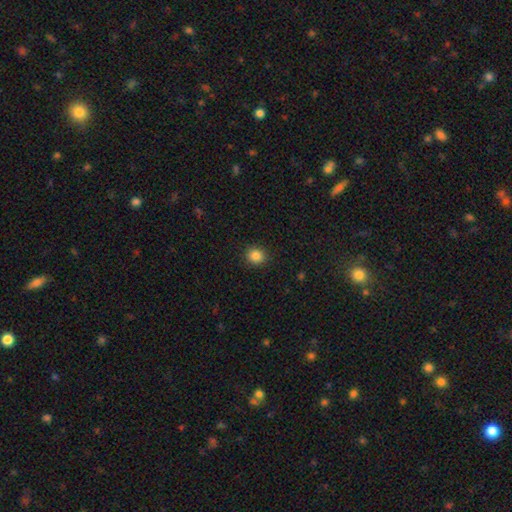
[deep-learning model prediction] Q: Smooth or featured?
A: smooth (85%); runner-up: star or artifact (11%)
Q: How rounded?
A: round (83%); runner-up: in between (16%)
Q: Merging?
A: none (91%); runner-up: minor disturbance (6%)